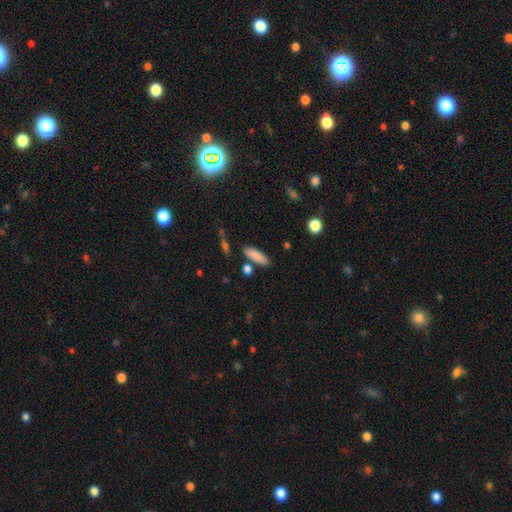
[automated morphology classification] This is clearly a smooth galaxy (86%). How rounded: possibly in between (49%, tied with cigar-shaped). Merging: clearly none (80%).